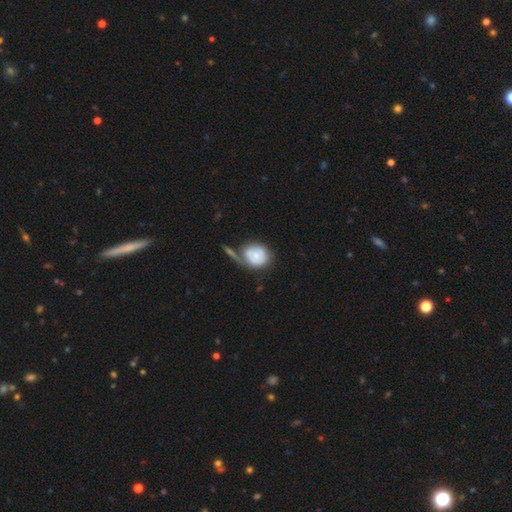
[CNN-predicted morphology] Smooth or featured? smooth (65%)
How rounded? round (67%)
Merging? none (36%)